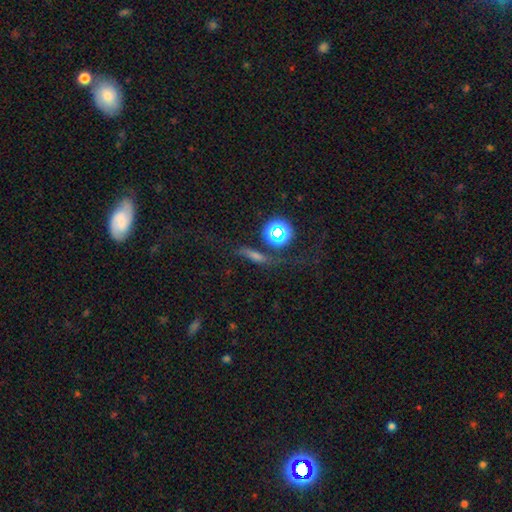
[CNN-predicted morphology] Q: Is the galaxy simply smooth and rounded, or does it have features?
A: smooth — 39%.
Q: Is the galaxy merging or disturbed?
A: none — 55%.